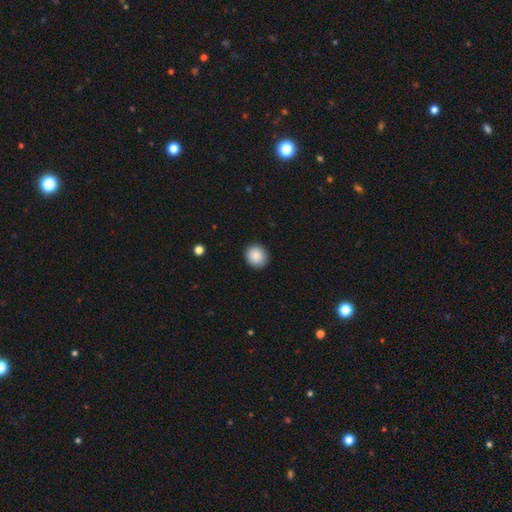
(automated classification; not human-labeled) Morphology: type=smooth (89%); roundness=round (86%); merging=none (91%).